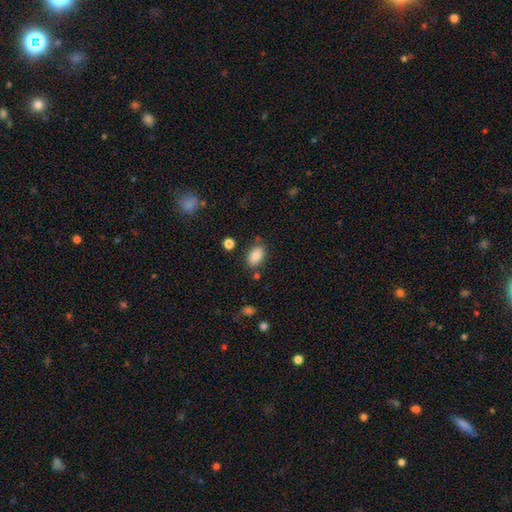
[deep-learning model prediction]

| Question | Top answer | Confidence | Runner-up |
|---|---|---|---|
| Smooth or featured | smooth | 86% | star or artifact (8%) |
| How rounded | in between | 89% | round (9%) |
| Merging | none | 77% | minor disturbance (14%) |